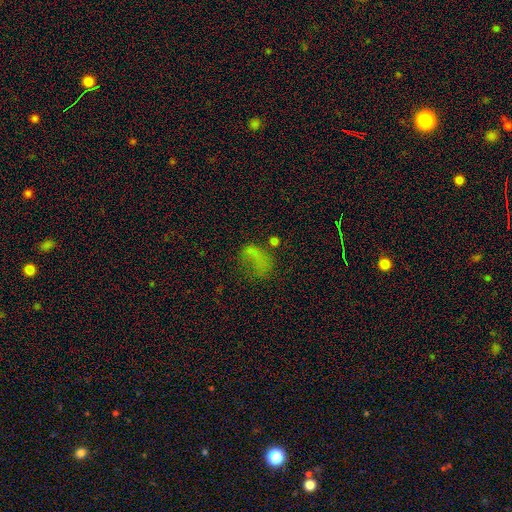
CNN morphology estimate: Q: Smooth or featured?
A: smooth (46%); runner-up: star or artifact (27%)
Q: Merging?
A: major disturbance (40%); runner-up: none (34%)